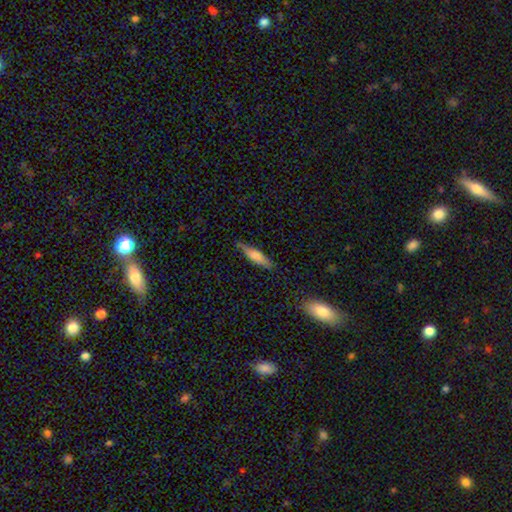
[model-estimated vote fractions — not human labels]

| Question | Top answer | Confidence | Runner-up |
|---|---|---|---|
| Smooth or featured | smooth | 67% | featured or disk (26%) |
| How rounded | cigar-shaped | 71% | in between (27%) |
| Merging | none | 78% | minor disturbance (17%) |